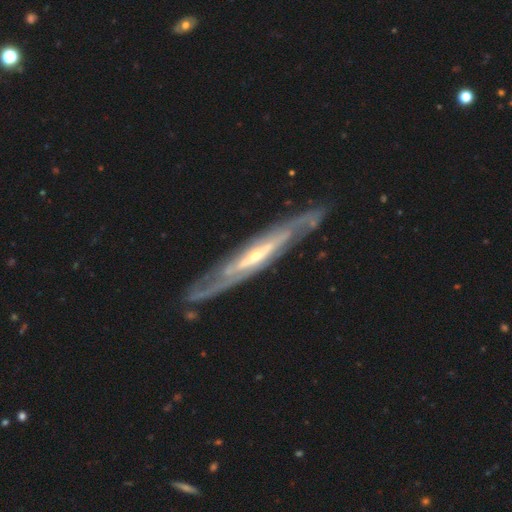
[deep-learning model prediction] featured or disk 87%, smooth 8%, star or artifact 5%. Down the decision tree: edge-on disk — no (56%); merging — none (81%).